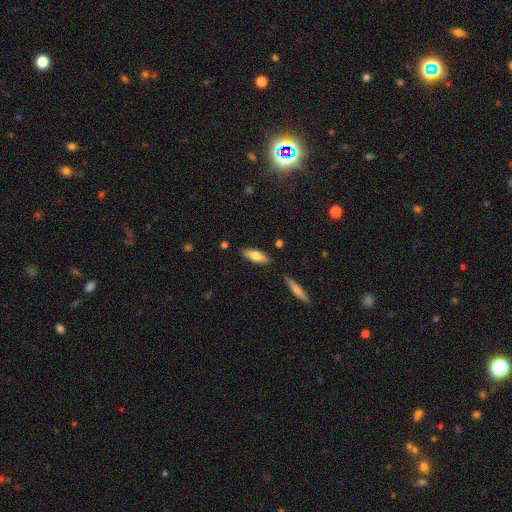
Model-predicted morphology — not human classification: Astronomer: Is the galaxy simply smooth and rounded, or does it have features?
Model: smooth — 72%.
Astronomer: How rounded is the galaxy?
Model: in between — 61% (runner-up: cigar-shaped, 37%).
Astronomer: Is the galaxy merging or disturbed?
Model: none — 84%.